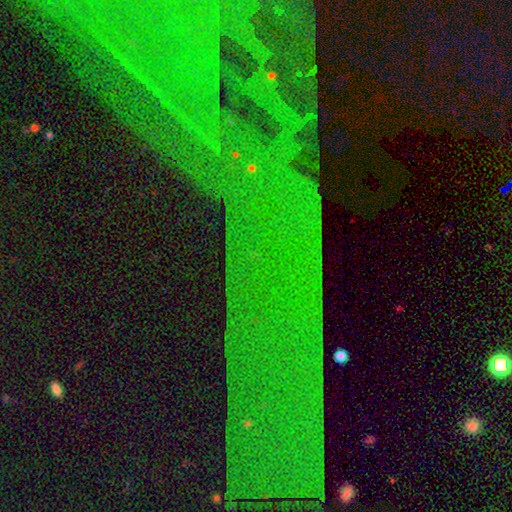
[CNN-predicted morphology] Smooth or featured?
  - star or artifact: 80% *
  - featured or disk: 11%
  - smooth: 9%